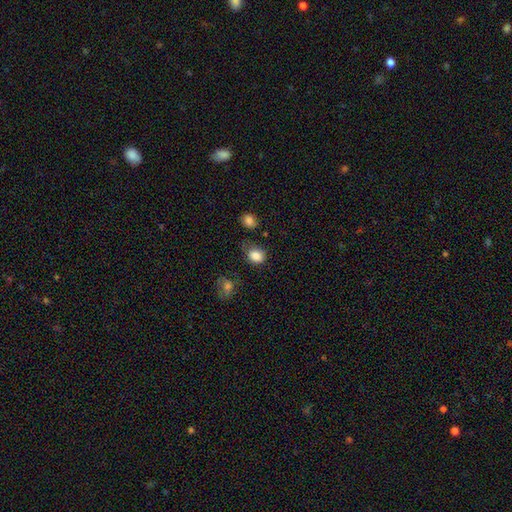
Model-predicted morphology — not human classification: Smooth or featured?
  - smooth: 85% *
  - star or artifact: 9%
  - featured or disk: 6%
How rounded?
  - in between: 54% *
  - round: 45%
  - cigar-shaped: 1%
Merging?
  - none: 56% *
  - minor disturbance: 30%
  - major disturbance: 9%
  - merger: 4%